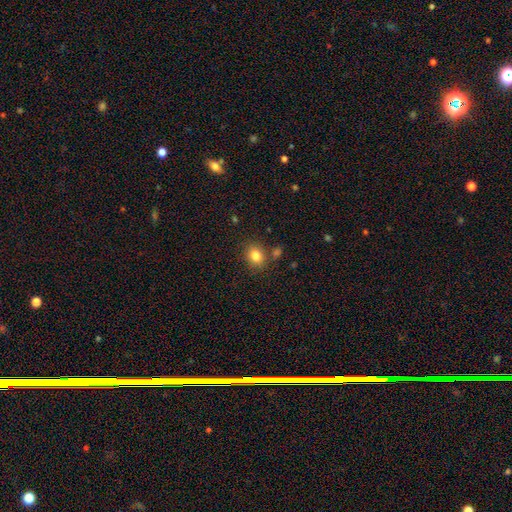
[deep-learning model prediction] This is clearly a smooth galaxy (83%). How rounded: possibly round (54%). Merging: likely none (78%).